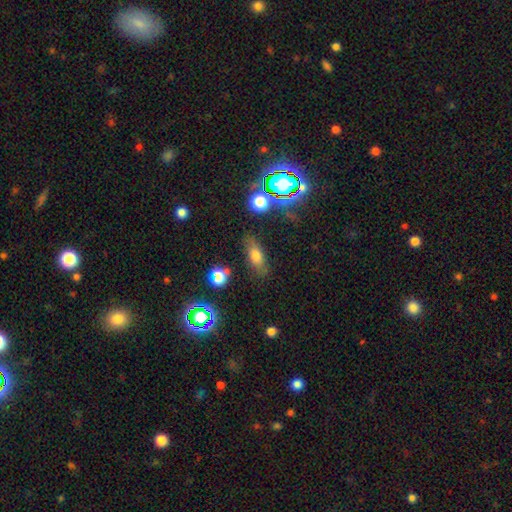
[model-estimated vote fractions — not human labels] Q: Smooth or featured?
A: smooth (67%); runner-up: featured or disk (17%)
Q: How rounded?
A: in between (72%); runner-up: cigar-shaped (18%)
Q: Merging?
A: none (74%); runner-up: minor disturbance (16%)